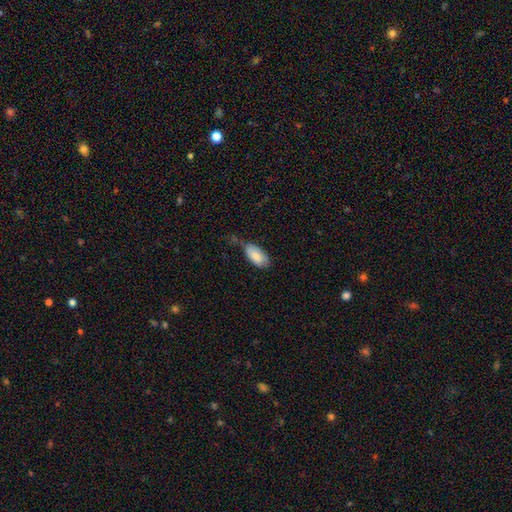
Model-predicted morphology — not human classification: Smooth or featured? smooth (80%)
How rounded? in between (93%)
Merging? none (53%)